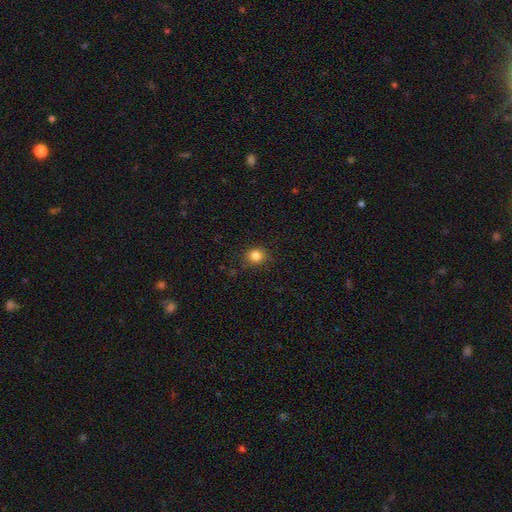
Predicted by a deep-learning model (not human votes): Smooth or featured?
  - smooth: 84% *
  - star or artifact: 12%
  - featured or disk: 5%
How rounded?
  - round: 83% *
  - in between: 16%
  - cigar-shaped: 1%
Merging?
  - none: 84% *
  - minor disturbance: 11%
  - major disturbance: 3%
  - merger: 1%